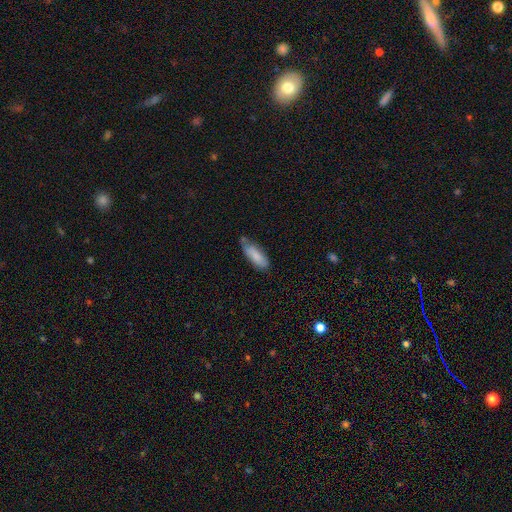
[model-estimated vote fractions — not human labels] Morphology: type=smooth (81%); roundness=in between (63%); merging=none (52%).